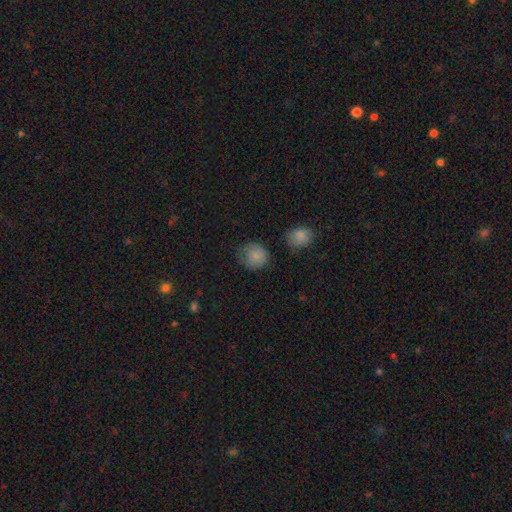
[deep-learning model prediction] smooth 81%, star or artifact 9%, featured or disk 9%. Down the decision tree: how rounded — round (83%); merging — none (64%).